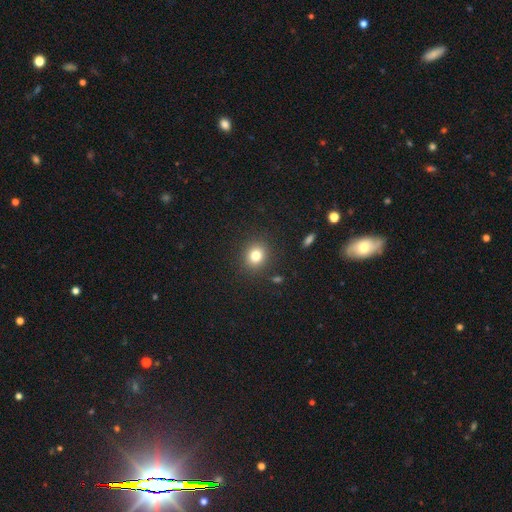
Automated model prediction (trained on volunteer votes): Smooth or featured?
  - smooth: 80% *
  - star or artifact: 12%
  - featured or disk: 7%
How rounded?
  - round: 78% *
  - in between: 21%
  - cigar-shaped: 1%
Merging?
  - none: 89% *
  - minor disturbance: 7%
  - major disturbance: 3%
  - merger: 2%